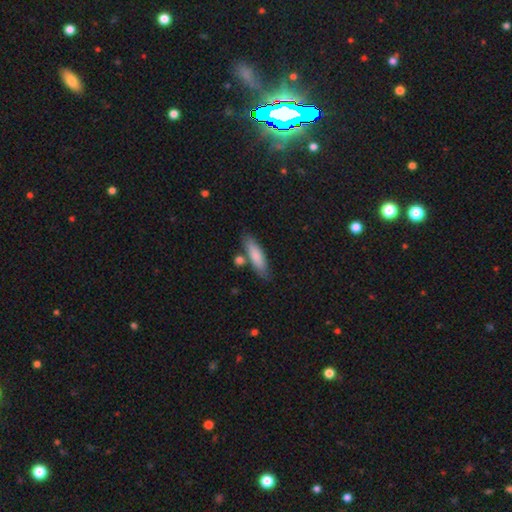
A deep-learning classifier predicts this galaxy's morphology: type=smooth (81%); roundness=cigar-shaped (63%); merging=none (74%).